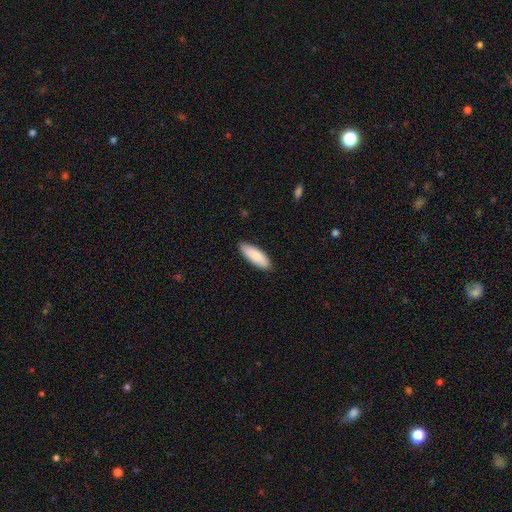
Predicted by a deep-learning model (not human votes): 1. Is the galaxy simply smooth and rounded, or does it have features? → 85% smooth, 10% featured or disk, 5% star or artifact.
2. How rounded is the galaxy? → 70% in between, 28% cigar-shaped, 2% round.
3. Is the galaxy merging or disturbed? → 87% none, 10% minor disturbance, 2% major disturbance, 1% merger.